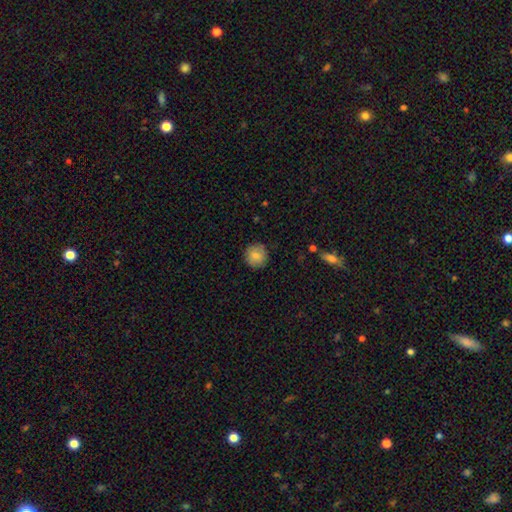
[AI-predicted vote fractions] A smooth galaxy with no disk features (82%) that is round (94%). Merging: none (87%).